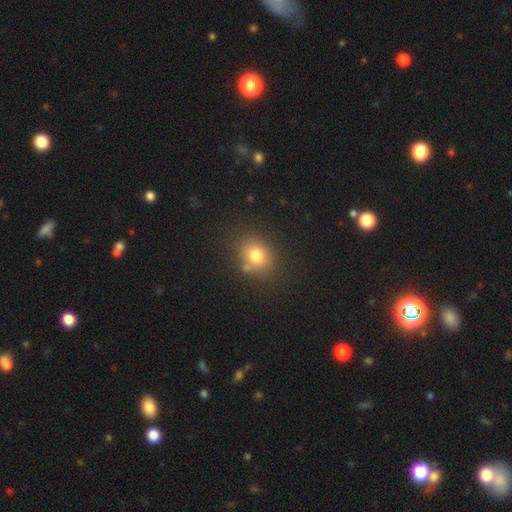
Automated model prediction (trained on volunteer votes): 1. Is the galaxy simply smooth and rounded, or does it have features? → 77% smooth, 13% star or artifact, 10% featured or disk.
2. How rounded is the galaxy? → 58% round, 41% in between, 1% cigar-shaped.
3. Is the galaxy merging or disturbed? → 72% none, 13% minor disturbance, 10% merger, 4% major disturbance.